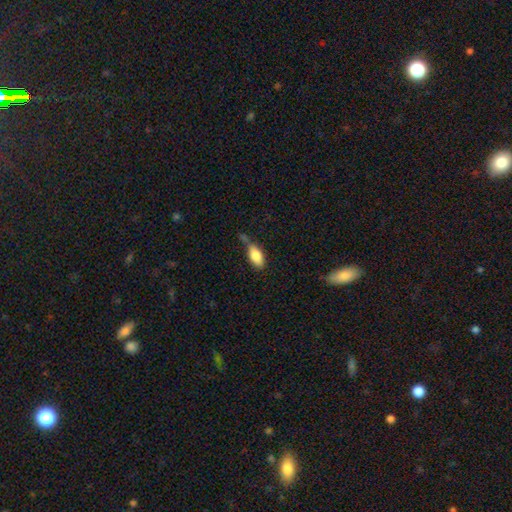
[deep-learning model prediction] smooth_or_featured: smooth (p=0.80) [alt: featured or disk p=0.13]
how_rounded: in between (p=0.89) [alt: cigar-shaped p=0.08]
merging: none (p=0.42) [alt: minor disturbance p=0.31]